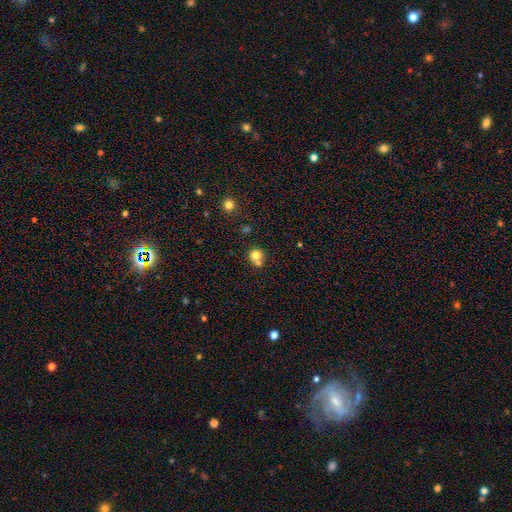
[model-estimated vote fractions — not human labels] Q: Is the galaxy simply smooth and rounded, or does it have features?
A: smooth — 77%.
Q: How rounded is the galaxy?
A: round — 87%.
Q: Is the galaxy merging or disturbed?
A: none — 52%.